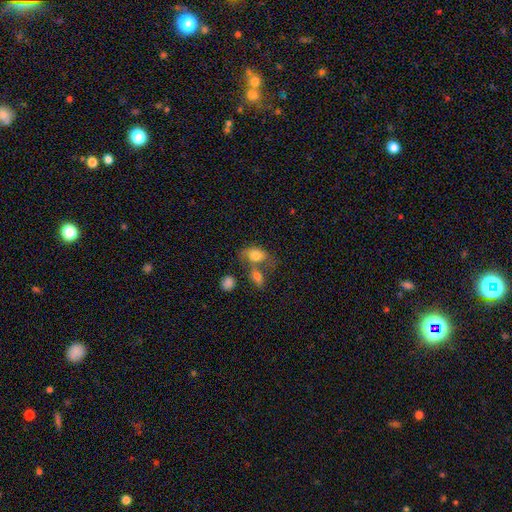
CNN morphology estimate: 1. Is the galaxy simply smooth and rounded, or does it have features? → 72% smooth, 19% featured or disk, 9% star or artifact.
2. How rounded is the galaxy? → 81% in between, 17% round, 2% cigar-shaped.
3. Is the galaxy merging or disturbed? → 45% merger, 27% none, 15% minor disturbance, 13% major disturbance.